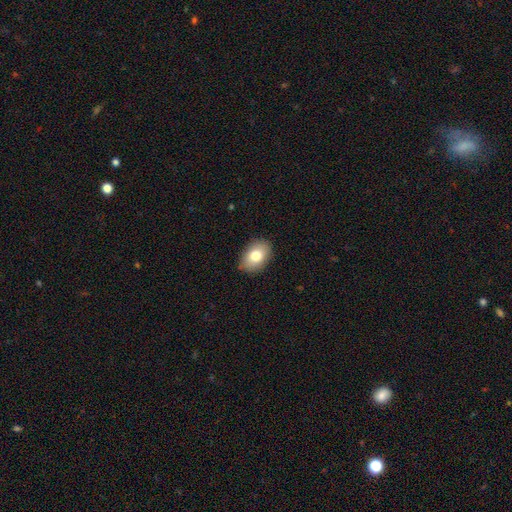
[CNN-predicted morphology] type=smooth (80%); roundness=in between (86%); merging=none (86%).